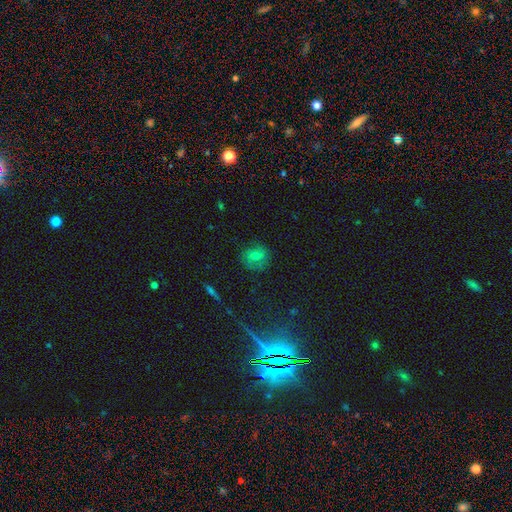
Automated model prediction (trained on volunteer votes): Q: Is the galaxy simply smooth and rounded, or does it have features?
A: smooth — 63%.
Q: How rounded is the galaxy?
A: round — 75%.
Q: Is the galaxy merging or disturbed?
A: none — 78%.